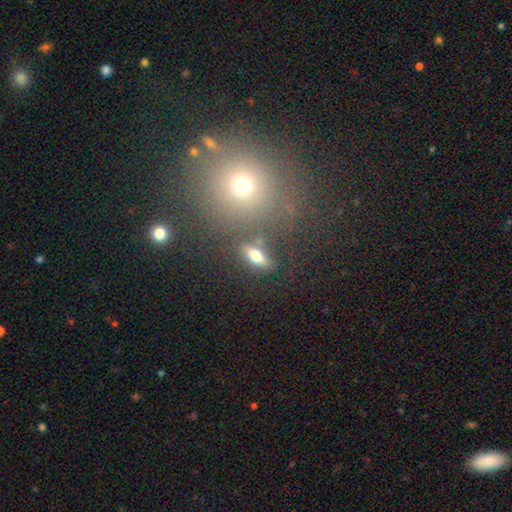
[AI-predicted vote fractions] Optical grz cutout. It shows a smooth galaxy with no disk features (66%) that is in between round and cigar-shaped (68%). Merging: none (74%).